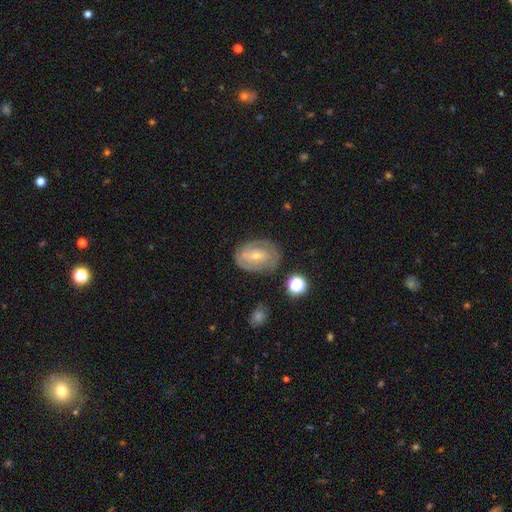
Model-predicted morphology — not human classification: type=featured or disk (72%); edge-on=no (96%); bar=weak (43%); spiral arms=yes (80%); winding=tight (62%); arm count=2 (51%); bulge=small (64%); merging=none (74%).